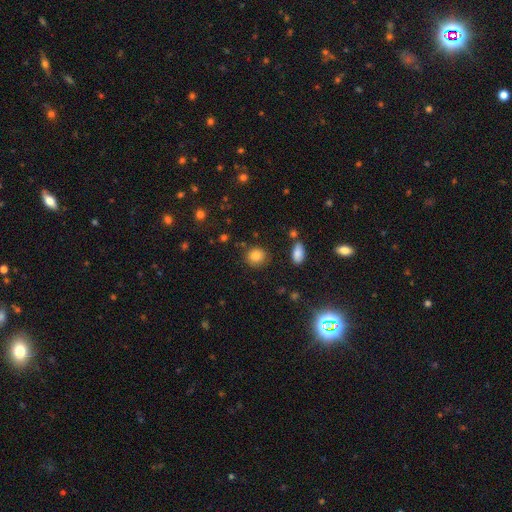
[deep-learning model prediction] This appears to be a smooth galaxy with no disk features (84%) that is round (82%). Merging: none (84%).